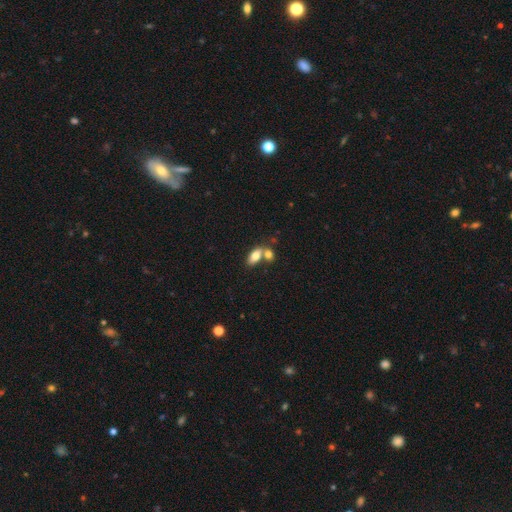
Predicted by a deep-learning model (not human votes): A smooth galaxy with no disk features (78%) that is in between round and cigar-shaped (89%).

Vote fractions:
- Smooth or featured? smooth: 78% / featured or disk: 14% / star or artifact: 7%
- How rounded? in between: 89% / cigar-shaped: 6% / round: 6%
- Merging? merger: 47% / none: 41% / minor disturbance: 9% / major disturbance: 4%